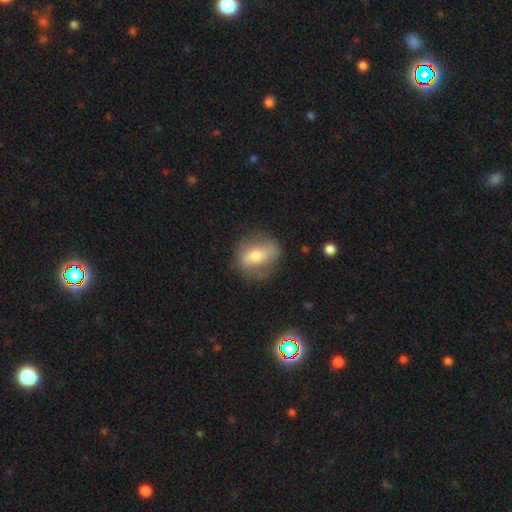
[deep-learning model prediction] Smooth or featured?
  - featured or disk: 50% *
  - smooth: 41%
  - star or artifact: 8%
Edge-on disk?
  - no: 85% *
  - yes: 15%
Merging?
  - none: 72% *
  - minor disturbance: 19%
  - major disturbance: 8%
  - merger: 2%